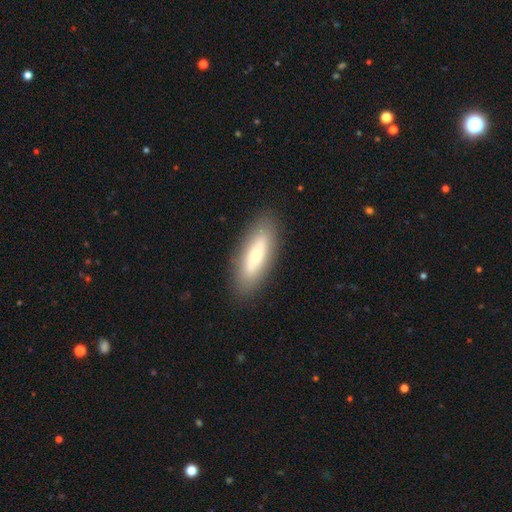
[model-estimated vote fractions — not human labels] smooth_or_featured: smooth (p=0.61) [alt: featured or disk p=0.32]
how_rounded: in between (p=0.58) [alt: cigar-shaped p=0.40]
merging: none (p=0.87) [alt: minor disturbance p=0.09]